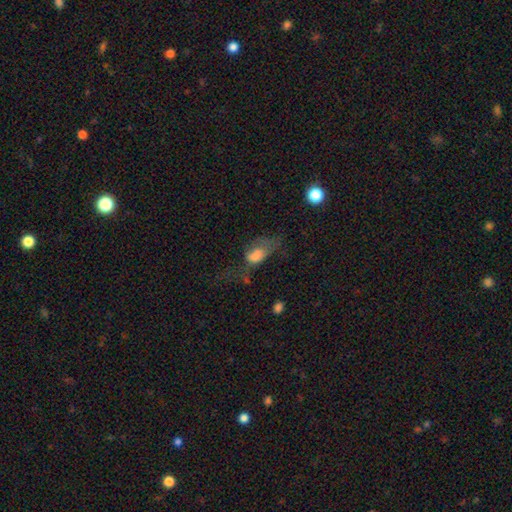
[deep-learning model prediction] Smooth or featured?
  - smooth: 59% *
  - featured or disk: 27%
  - star or artifact: 13%
How rounded?
  - in between: 80% *
  - round: 14%
  - cigar-shaped: 6%
Merging?
  - major disturbance: 50% *
  - none: 19%
  - minor disturbance: 17%
  - merger: 14%